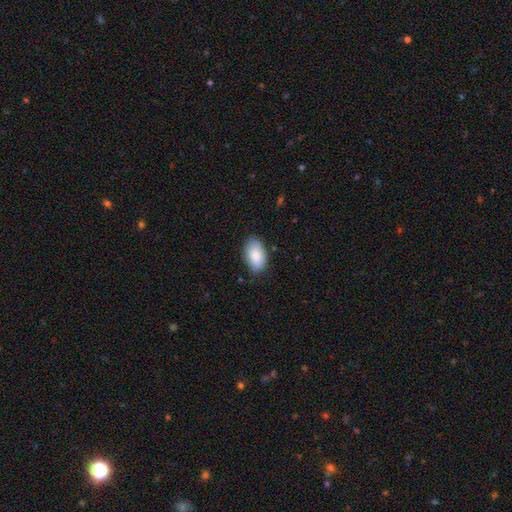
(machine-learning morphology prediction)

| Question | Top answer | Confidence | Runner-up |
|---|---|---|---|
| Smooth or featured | smooth | 85% | featured or disk (8%) |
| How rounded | in between | 94% | round (5%) |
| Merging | none | 79% | minor disturbance (17%) |